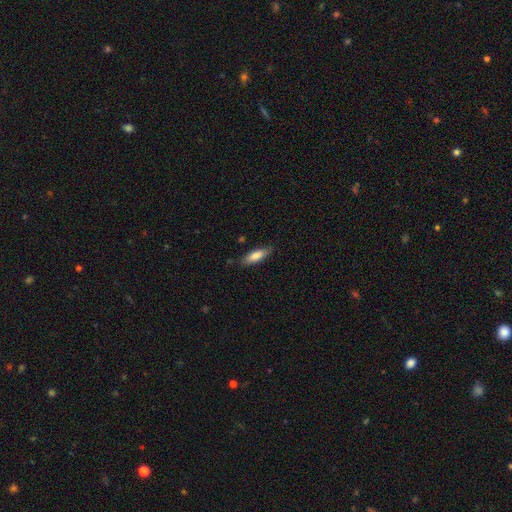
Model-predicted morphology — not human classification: smooth_or_featured: smooth (p=0.78) [alt: featured or disk p=0.16]
how_rounded: in between (p=0.55) [alt: cigar-shaped p=0.44]
merging: none (p=0.81) [alt: minor disturbance p=0.15]